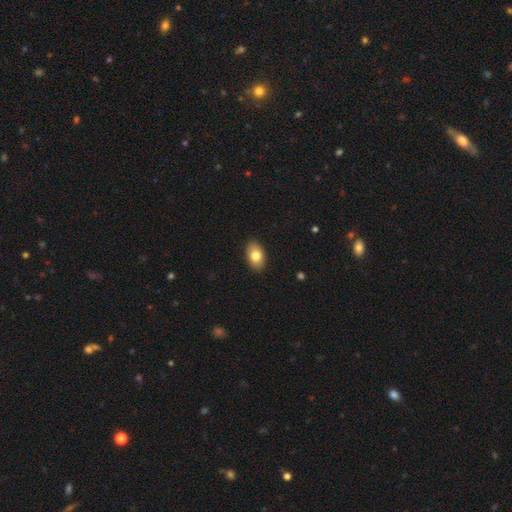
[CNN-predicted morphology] A smooth galaxy with no disk features (80%) that is in between round and cigar-shaped (90%).

Vote fractions:
- Smooth or featured? smooth: 80% / featured or disk: 13% / star or artifact: 7%
- How rounded? in between: 90% / round: 9% / cigar-shaped: 1%
- Merging? none: 88% / minor disturbance: 9% / major disturbance: 2% / merger: 1%